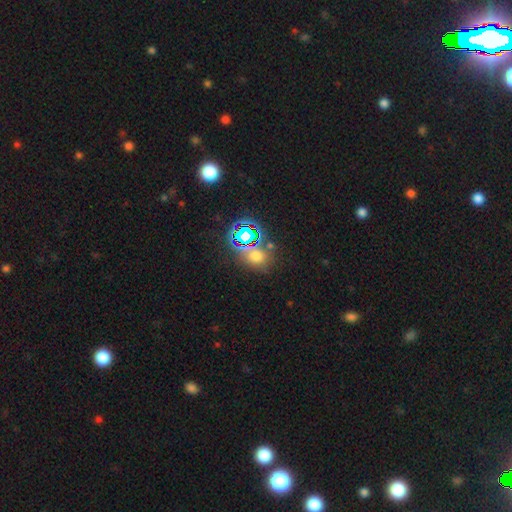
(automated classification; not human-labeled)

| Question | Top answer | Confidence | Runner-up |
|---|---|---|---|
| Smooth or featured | smooth | 52% | star or artifact (39%) |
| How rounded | round | 70% | in between (29%) |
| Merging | none | 67% | merger (17%) |